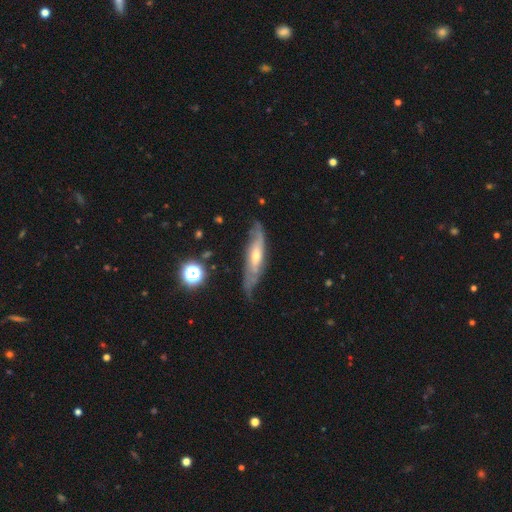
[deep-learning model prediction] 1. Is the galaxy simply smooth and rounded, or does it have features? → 69% featured or disk, 24% smooth, 7% star or artifact.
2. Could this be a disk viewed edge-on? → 56% no, 44% yes.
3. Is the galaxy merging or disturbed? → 64% none, 26% minor disturbance, 8% major disturbance, 2% merger.